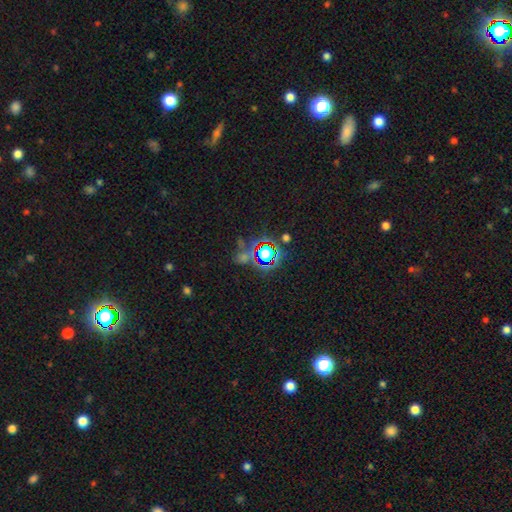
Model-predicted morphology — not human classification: Smooth or featured? star or artifact (76%)